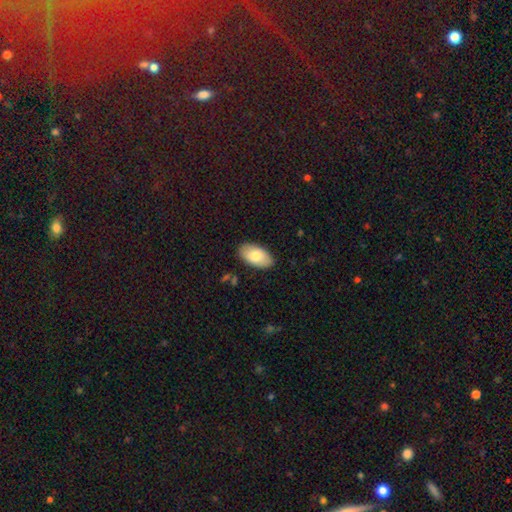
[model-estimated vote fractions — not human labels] A smooth galaxy with no disk features (78%) that is in between round and cigar-shaped (95%). Merging: none (87%).